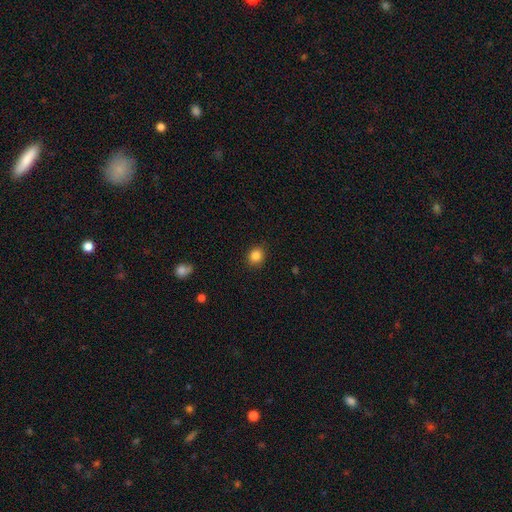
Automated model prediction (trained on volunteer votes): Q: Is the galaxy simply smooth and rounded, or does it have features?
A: smooth — 85%.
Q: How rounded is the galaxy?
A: round — 80%.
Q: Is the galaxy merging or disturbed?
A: none — 89%.